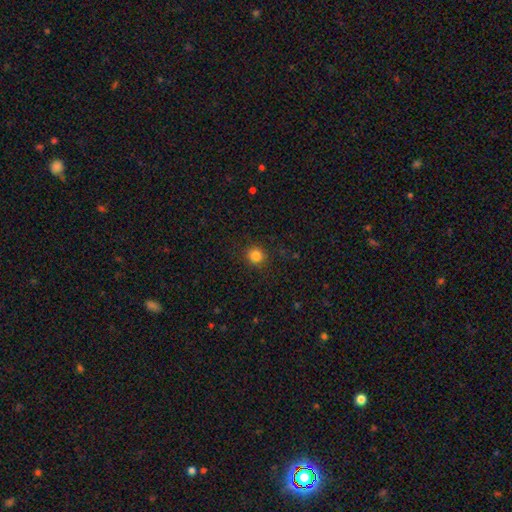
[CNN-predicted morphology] Q: Smooth or featured?
A: smooth (84%); runner-up: star or artifact (12%)
Q: How rounded?
A: round (90%); runner-up: in between (9%)
Q: Merging?
A: none (90%); runner-up: minor disturbance (7%)